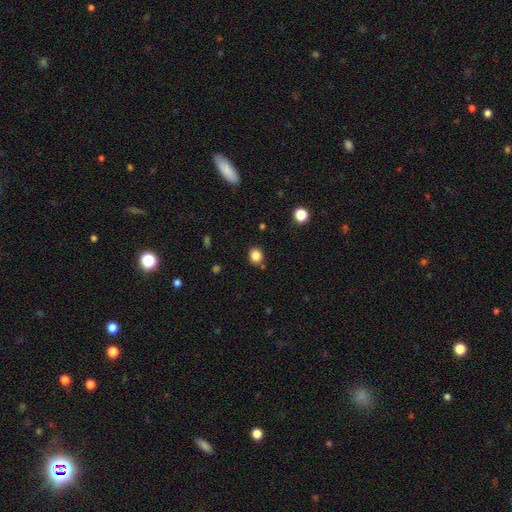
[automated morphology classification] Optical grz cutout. It shows a smooth galaxy with no disk features (83%) that is round (80%). Merging: none (85%).